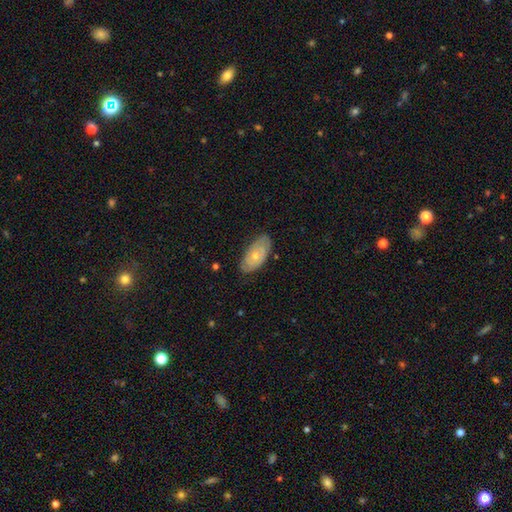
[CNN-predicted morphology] Overall: featured or disk (59%; smooth 35%). Edge-on disk: no (91%). Bar: no (83%). Spiral arms: yes (73%). Bulge size: small (52%; moderate 44%). Merging: none (73%).